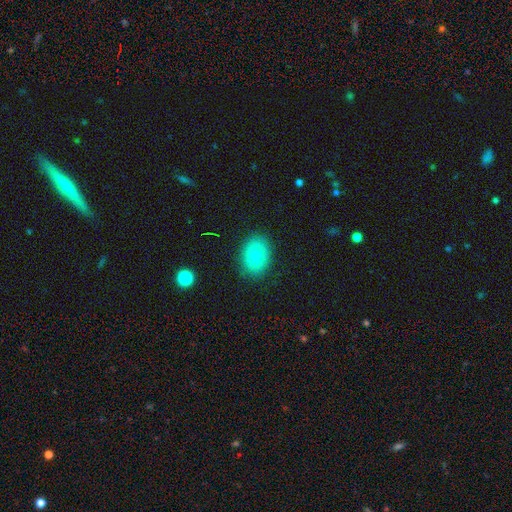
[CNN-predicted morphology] Smooth or featured: smooth — 73% (featured or disk — 16%)
How rounded: in between — 72% (round — 27%)
Merging: none — 86% (minor disturbance — 10%)